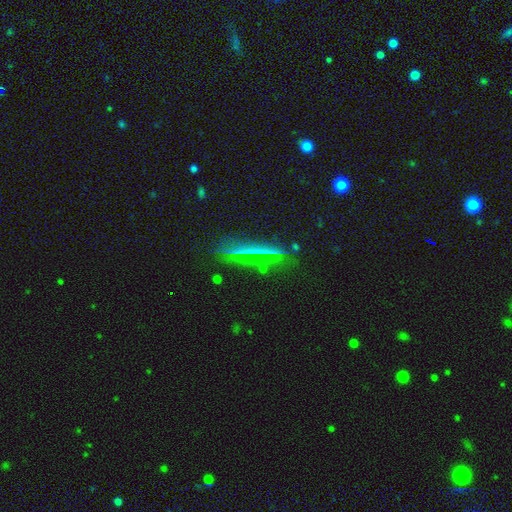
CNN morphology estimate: smooth_or_featured: featured or disk (p=0.51) [alt: smooth p=0.37]
disk_edge_on: yes (p=0.92) [alt: no p=0.08]
merging: none (p=0.83) [alt: minor disturbance p=0.11]